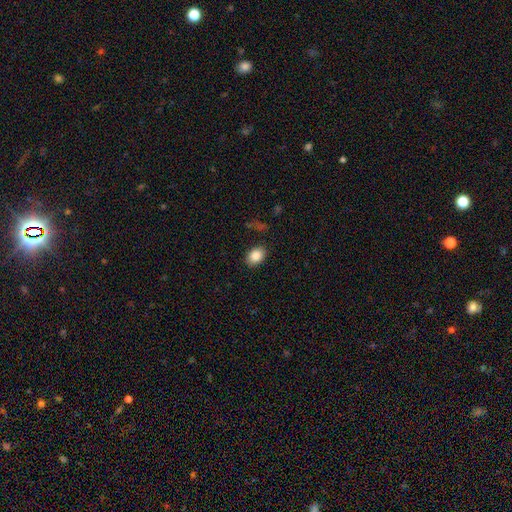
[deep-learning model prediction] Smooth or featured: smooth — 87% (star or artifact — 8%)
How rounded: in between — 75% (round — 24%)
Merging: none — 85% (minor disturbance — 10%)